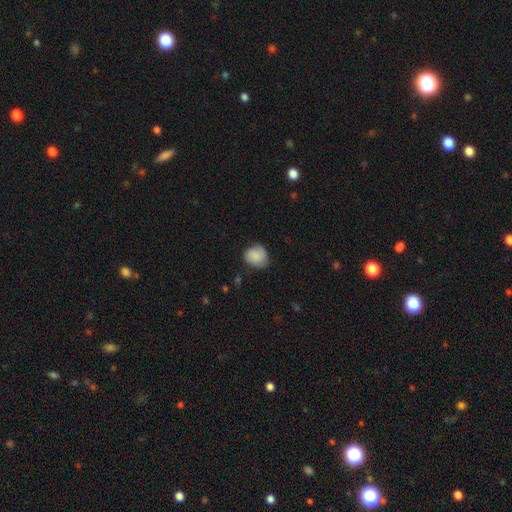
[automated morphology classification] A smooth galaxy with no disk features (78%) that is round (64%). Merging: none (62%).